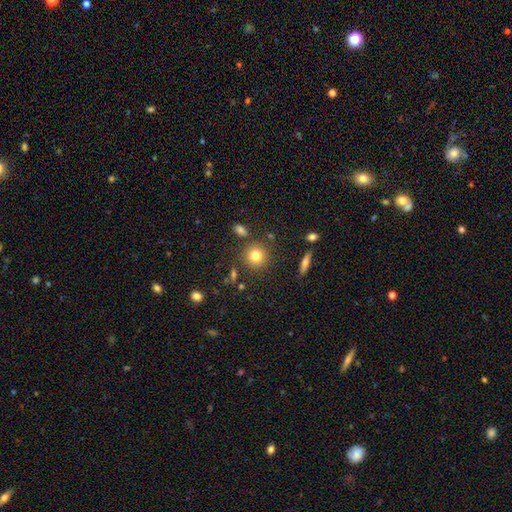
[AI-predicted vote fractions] Morphology: type=smooth (79%); roundness=round (91%); merging=none (84%).